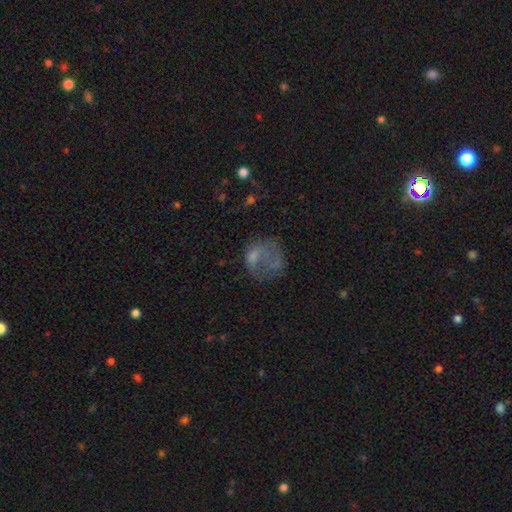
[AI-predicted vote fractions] smooth 54%, featured or disk 33%, star or artifact 13%. Down the decision tree: how rounded — round (52%); merging — major disturbance (46%).